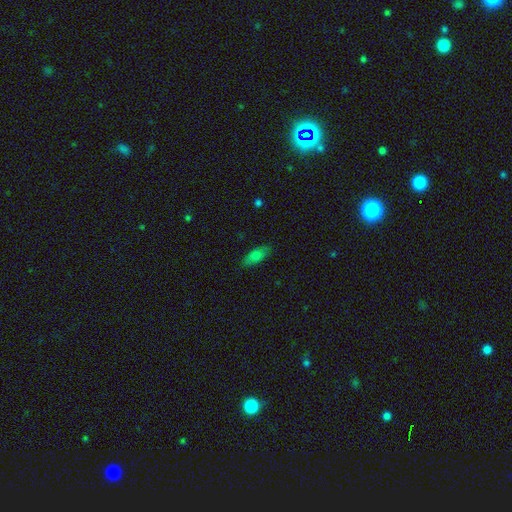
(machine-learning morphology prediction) A smooth galaxy with no disk features (77%) that is in between round and cigar-shaped (79%). Merging: none (83%).